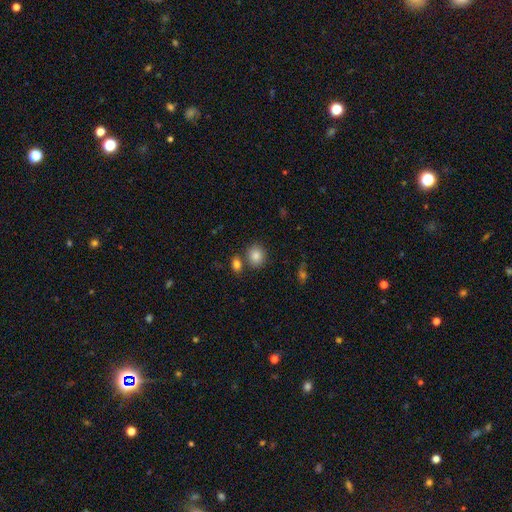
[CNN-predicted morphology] Smooth or featured?
  - smooth: 84% *
  - star or artifact: 9%
  - featured or disk: 7%
How rounded?
  - round: 65% *
  - in between: 34%
  - cigar-shaped: 1%
Merging?
  - none: 71% *
  - merger: 16%
  - minor disturbance: 10%
  - major disturbance: 3%